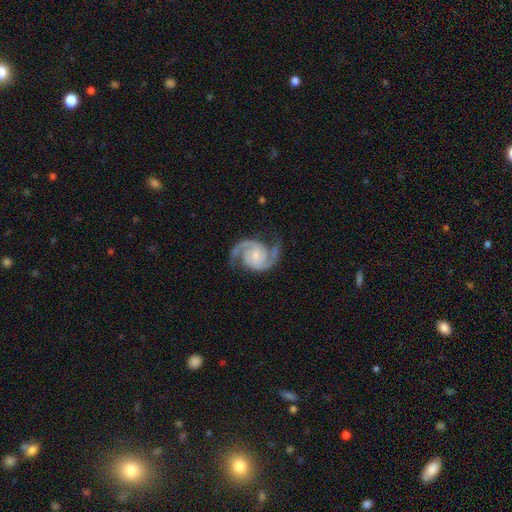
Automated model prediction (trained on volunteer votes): A featured or disk galaxy (93%) with no bar (62%), 2 (94%) medium (60%) spiral arms (99%) and a small central bulge (55%).

Vote fractions:
- Smooth or featured? featured or disk: 93% / star or artifact: 4% / smooth: 3%
- Edge-on disk? no: 98% / yes: 2%
- Bar? no: 62% / weak: 30% / strong: 8%
- Spiral arms? yes: 99% / no: 1%
- Spiral winding? medium: 60% / tight: 26% / loose: 14%
- Spiral arm count? 2: 94% / 3: 1% / can't tell: 1% / 1: 1% / 4: 1% / more than 4: 1%
- Bulge size? small: 55% / moderate: 32% / none: 8% / large: 3% / dominant: 1%
- Merging? none: 80% / minor disturbance: 14% / major disturbance: 5% / merger: 1%